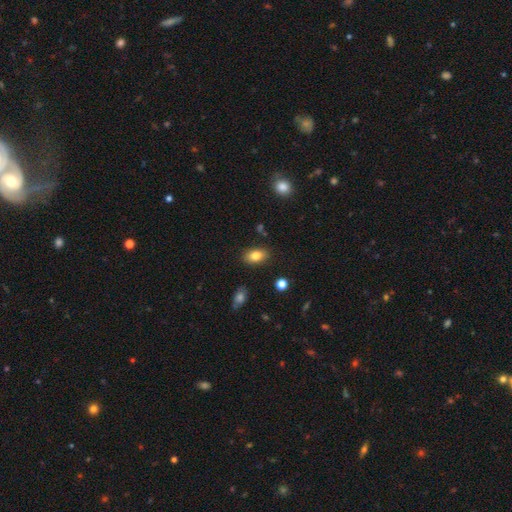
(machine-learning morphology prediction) Smooth or featured? Predicted: smooth (p=0.81). How rounded? Predicted: in between (p=0.89). Merging? Predicted: none (p=0.85).